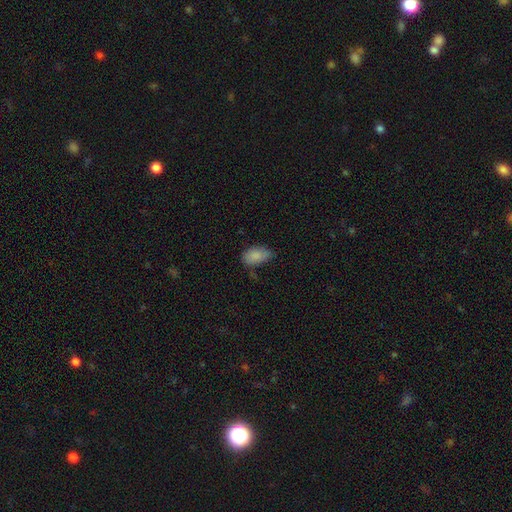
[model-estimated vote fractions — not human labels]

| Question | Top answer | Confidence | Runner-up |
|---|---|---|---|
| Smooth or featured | smooth | 87% | star or artifact (8%) |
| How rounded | in between | 92% | round (5%) |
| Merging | none | 59% | minor disturbance (32%) |